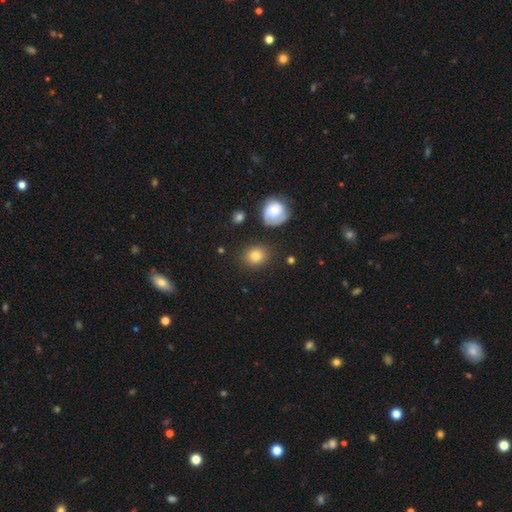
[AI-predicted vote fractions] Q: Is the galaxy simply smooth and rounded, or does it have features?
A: smooth — 81%.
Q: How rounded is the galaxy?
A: round — 72%.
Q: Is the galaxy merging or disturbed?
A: none — 83%.